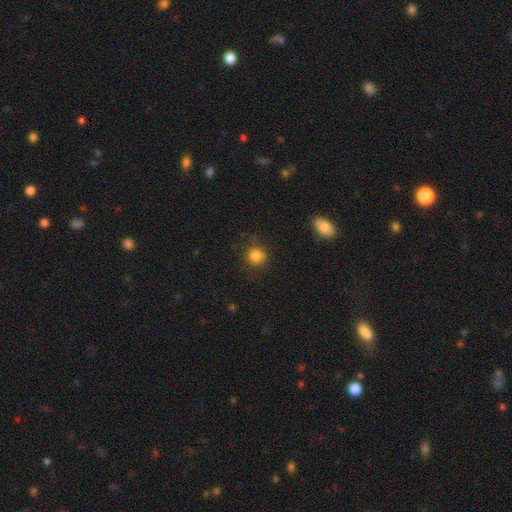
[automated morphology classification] Overall: smooth (83%). How rounded: round (88%). Merging: none (81%).